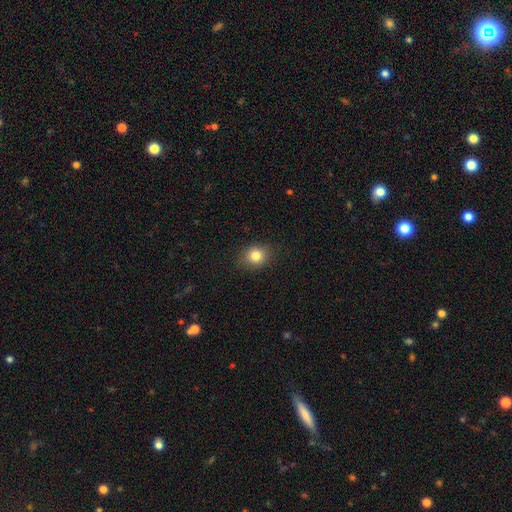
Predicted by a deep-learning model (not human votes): Smooth or featured? Predicted: smooth (p=0.82). How rounded? Predicted: round (p=0.63). Merging? Predicted: none (p=0.87).